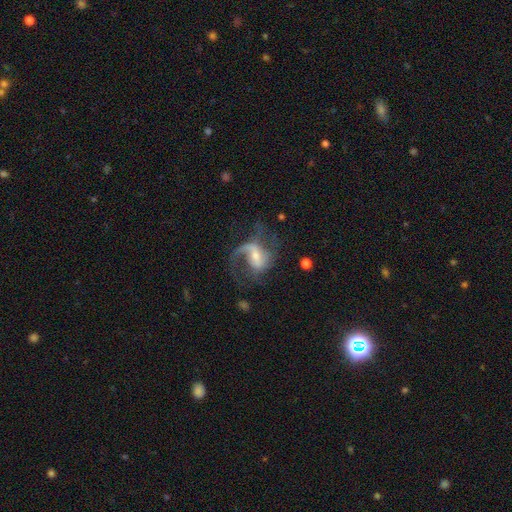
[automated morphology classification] Smooth or featured? featured or disk (80%)
Edge-on disk? no (97%)
Bar? weak (46%)
Spiral arms? yes (92%)
Spiral winding? loose (53%)
Spiral arm count? 1 (49%)
Bulge size? small (46%)
Merging? none (43%)